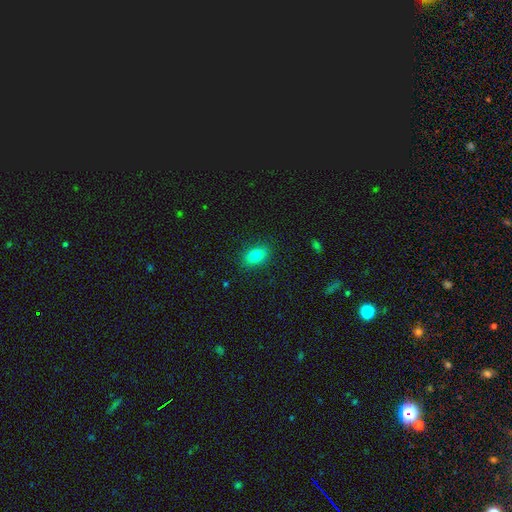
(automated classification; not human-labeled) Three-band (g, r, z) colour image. It shows a smooth galaxy with no disk features (82%) that is in between round and cigar-shaped (86%). Merging: none (87%).